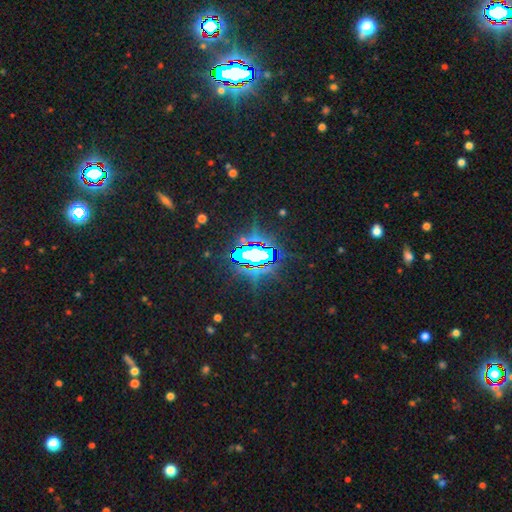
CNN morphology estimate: Smooth or featured? star or artifact (75%)